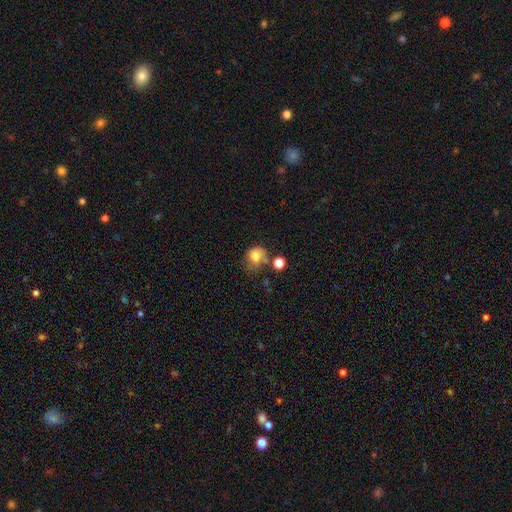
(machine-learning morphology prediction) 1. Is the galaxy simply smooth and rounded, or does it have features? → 75% smooth, 14% featured or disk, 11% star or artifact.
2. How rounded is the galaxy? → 69% round, 30% in between, 1% cigar-shaped.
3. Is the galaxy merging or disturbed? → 42% none, 26% minor disturbance, 17% merger, 14% major disturbance.